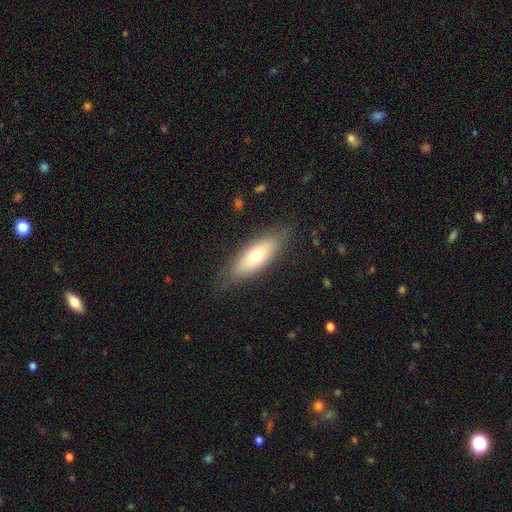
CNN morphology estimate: This appears to be a smooth galaxy with no disk features (64%) that is in between round and cigar-shaped (64%). Merging: none (83%).